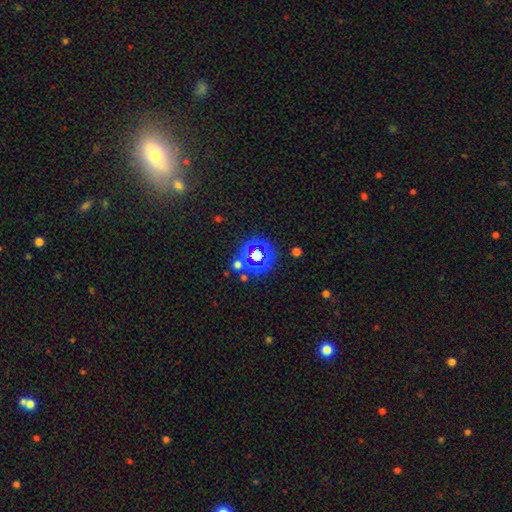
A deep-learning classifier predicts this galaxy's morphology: Smooth or featured? star or artifact (61%)